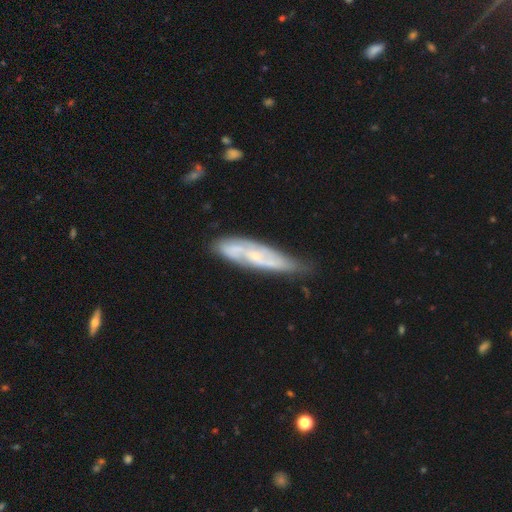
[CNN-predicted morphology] Smooth or featured?
  - featured or disk: 69% *
  - smooth: 24%
  - star or artifact: 6%
Edge-on disk?
  - no: 73% *
  - yes: 27%
Bar?
  - no: 60% *
  - weak: 31%
  - strong: 9%
Spiral arms?
  - yes: 81% *
  - no: 19%
Bulge size?
  - small: 65% *
  - moderate: 26%
  - none: 7%
  - large: 1%
  - dominant: 1%
Merging?
  - none: 60% *
  - minor disturbance: 28%
  - major disturbance: 7%
  - merger: 4%